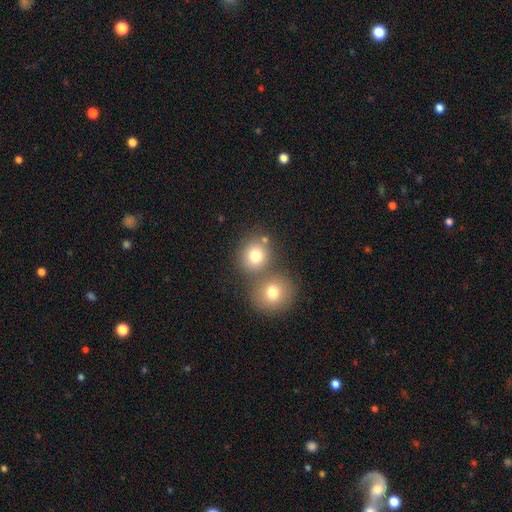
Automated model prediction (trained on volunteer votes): smooth-or-featured: smooth: 77% | star or artifact: 12% | featured or disk: 12%
  how-rounded: round: 84% | in between: 15% | cigar-shaped: 1%
  merging: none: 50% | merger: 39% | minor disturbance: 7% | major disturbance: 3%